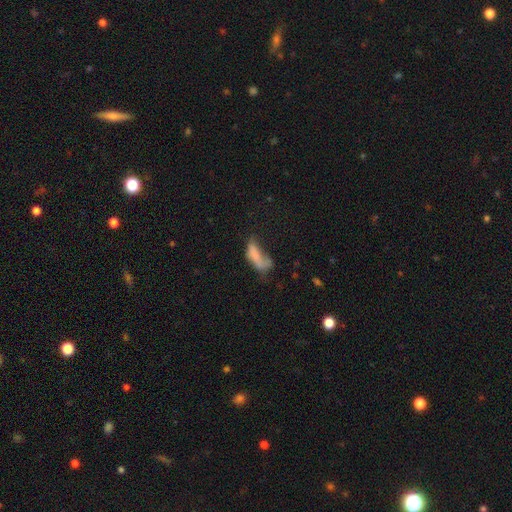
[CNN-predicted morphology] A smooth galaxy with no disk features (64%) that is in between round and cigar-shaped (68%).

Vote fractions:
- Smooth or featured? smooth: 64% / featured or disk: 24% / star or artifact: 12%
- How rounded? in between: 68% / cigar-shaped: 29% / round: 3%
- Merging? major disturbance: 40% / none: 23% / minor disturbance: 23% / merger: 14%